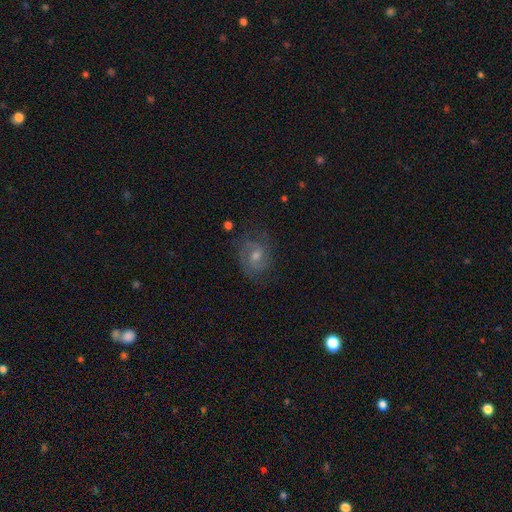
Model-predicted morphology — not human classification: smooth-or-featured: featured or disk: 70% | smooth: 16% | star or artifact: 14%
  disk-edge-on: no: 97% | yes: 3%
    bar: no: 48% | weak: 44% | strong: 8%
    has-spiral-arms: yes: 92% | no: 8%
      spiral-winding: medium: 45% | tight: 43% | loose: 12%
      spiral-arm-count: 2: 64% | can't tell: 19% | 3: 8% | 1: 4% | 4: 3% | more than 4: 2%
    bulge-size: moderate: 55% | small: 36% | large: 4% | none: 3% | dominant: 1%
  merging: none: 76% | minor disturbance: 16% | major disturbance: 7% | merger: 1%